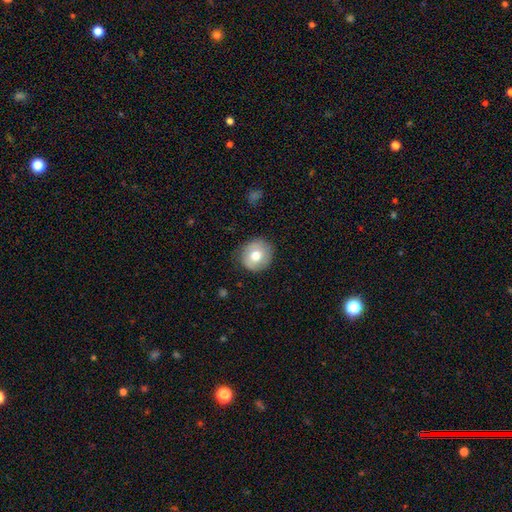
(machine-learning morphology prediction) Q: Smooth or featured?
A: smooth (70%); runner-up: featured or disk (22%)
Q: How rounded?
A: round (87%); runner-up: in between (12%)
Q: Merging?
A: none (82%); runner-up: minor disturbance (13%)